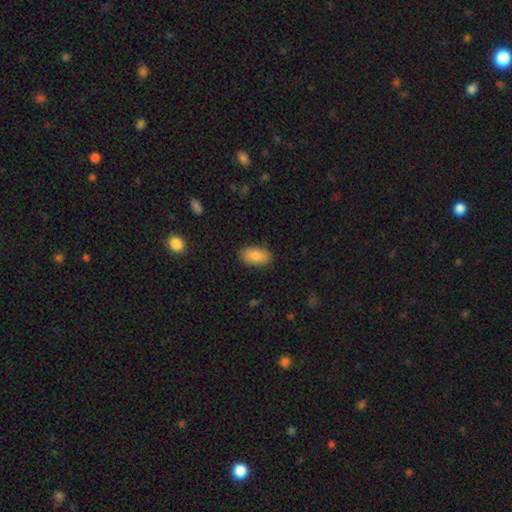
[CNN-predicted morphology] This appears to be a smooth galaxy with no disk features (85%) that is in between round and cigar-shaped (93%). Merging: none (85%).